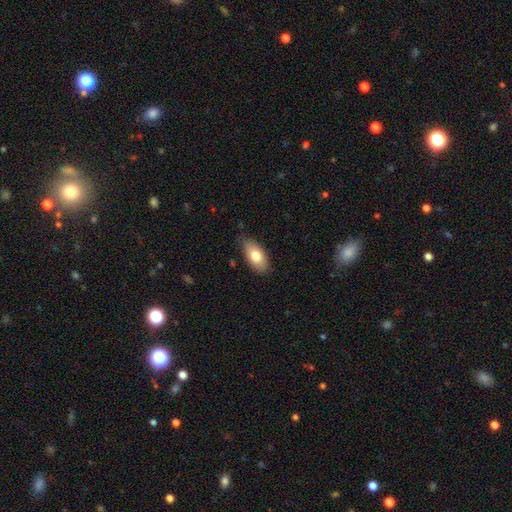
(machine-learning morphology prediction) Smooth or featured: smooth — 77% (featured or disk — 17%)
How rounded: in between — 91% (cigar-shaped — 6%)
Merging: none — 79% (minor disturbance — 17%)